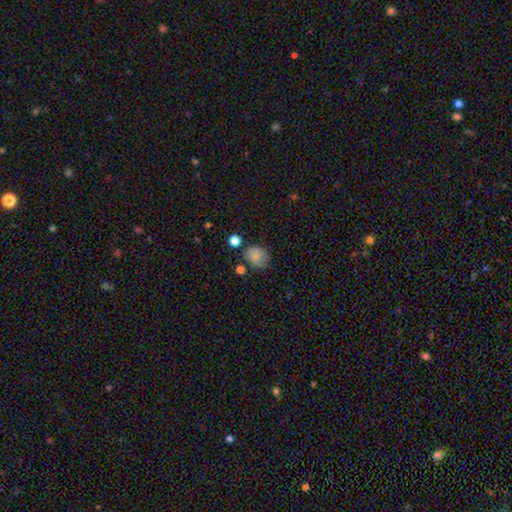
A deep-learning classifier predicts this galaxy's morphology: smooth_or_featured: smooth (p=0.81) [alt: star or artifact p=0.10]
how_rounded: round (p=0.58) [alt: in between p=0.41]
merging: none (p=0.68) [alt: minor disturbance p=0.20]